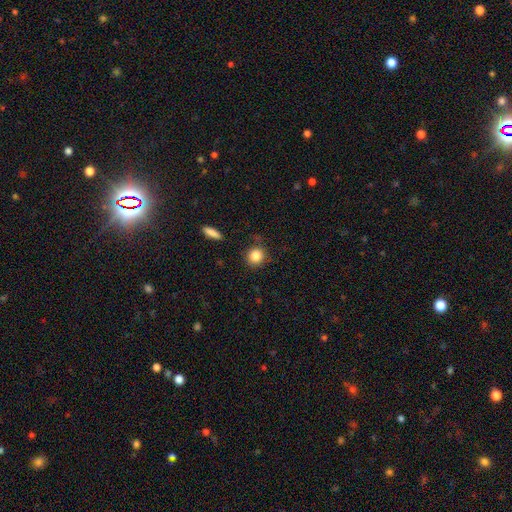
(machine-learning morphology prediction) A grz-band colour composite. It shows a smooth galaxy with no disk features (85%) that is round (89%). Merging: none (84%).